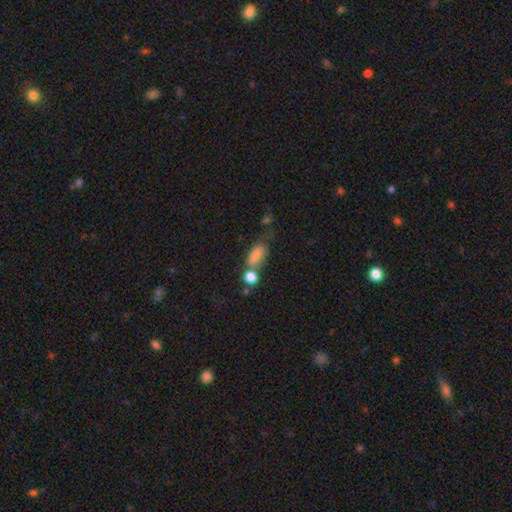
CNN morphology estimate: A smooth galaxy with no disk features (81%) that is in between round and cigar-shaped (83%).

Vote fractions:
- Smooth or featured? smooth: 81% / star or artifact: 10% / featured or disk: 10%
- How rounded? in between: 83% / round: 10% / cigar-shaped: 8%
- Merging? none: 36% / merger: 34% / minor disturbance: 18% / major disturbance: 11%